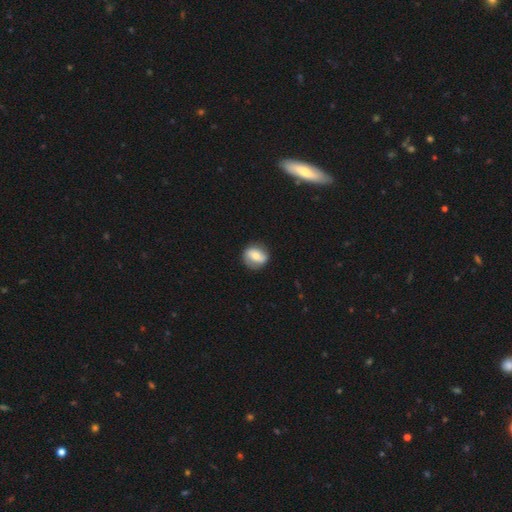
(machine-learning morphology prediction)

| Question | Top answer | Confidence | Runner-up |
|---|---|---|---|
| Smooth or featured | smooth | 51% | featured or disk (42%) |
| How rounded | round | 73% | in between (26%) |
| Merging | none | 84% | minor disturbance (12%) |